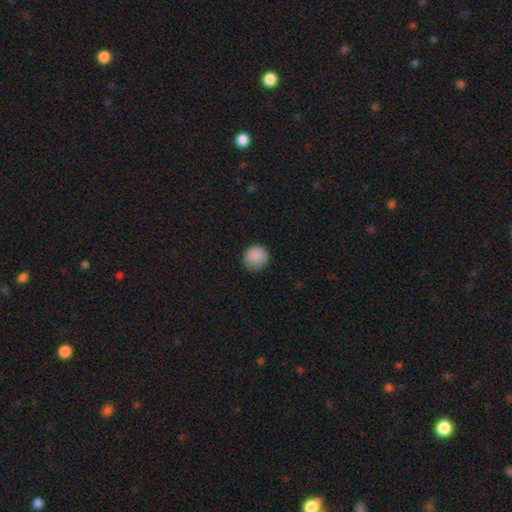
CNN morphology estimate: Smooth or featured? smooth (88%)
How rounded? round (91%)
Merging? none (83%)